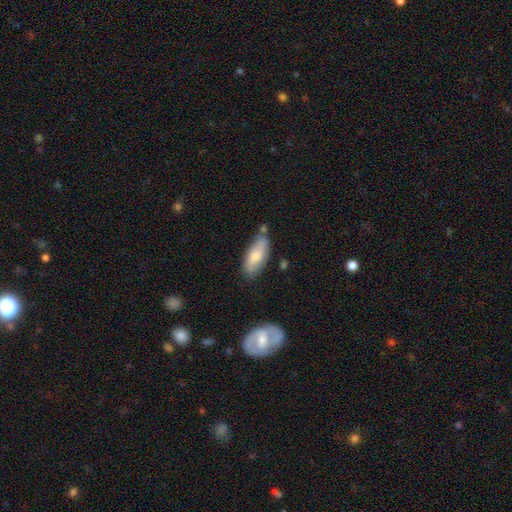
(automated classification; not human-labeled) smooth_or_featured: smooth (p=0.73) [alt: featured or disk p=0.21]
how_rounded: in between (p=0.80) [alt: cigar-shaped p=0.18]
merging: none (p=0.68) [alt: minor disturbance p=0.20]